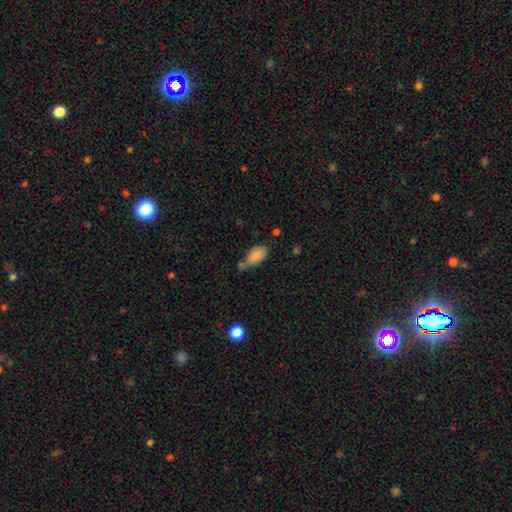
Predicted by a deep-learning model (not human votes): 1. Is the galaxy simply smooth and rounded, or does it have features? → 83% smooth, 9% featured or disk, 8% star or artifact.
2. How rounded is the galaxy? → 93% in between, 4% round, 3% cigar-shaped.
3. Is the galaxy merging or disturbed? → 42% none, 26% minor disturbance, 24% merger, 8% major disturbance.